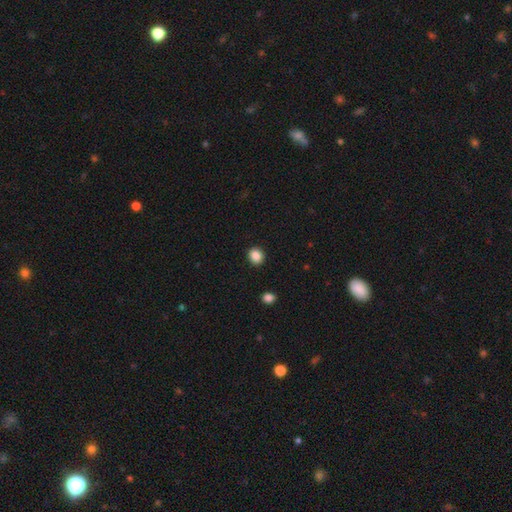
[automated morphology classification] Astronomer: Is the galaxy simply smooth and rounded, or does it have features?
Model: smooth — 87%.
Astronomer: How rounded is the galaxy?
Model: round — 77%.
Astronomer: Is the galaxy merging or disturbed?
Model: none — 91%.